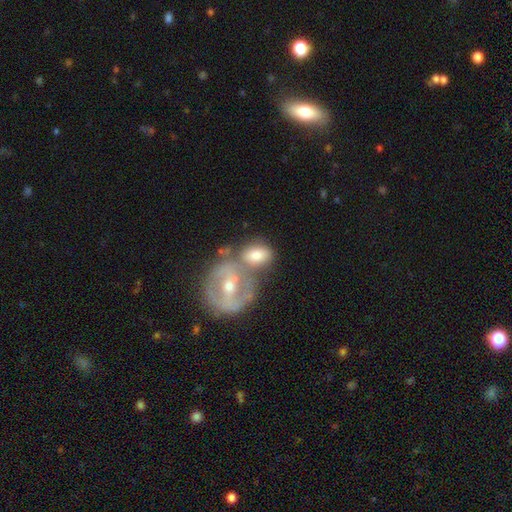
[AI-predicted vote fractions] smooth-or-featured: featured or disk: 47% | smooth: 46% | star or artifact: 7%
  merging: merger: 44% | none: 37% | minor disturbance: 13% | major disturbance: 6%